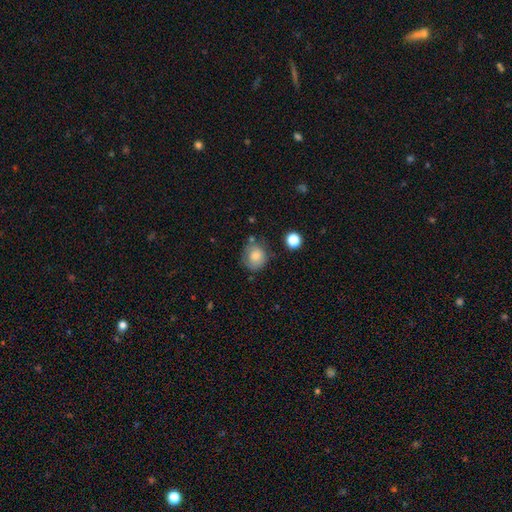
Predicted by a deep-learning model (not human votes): smooth 79%, featured or disk 11%, star or artifact 10%. Down the decision tree: how rounded — round (78%); merging — none (66%).